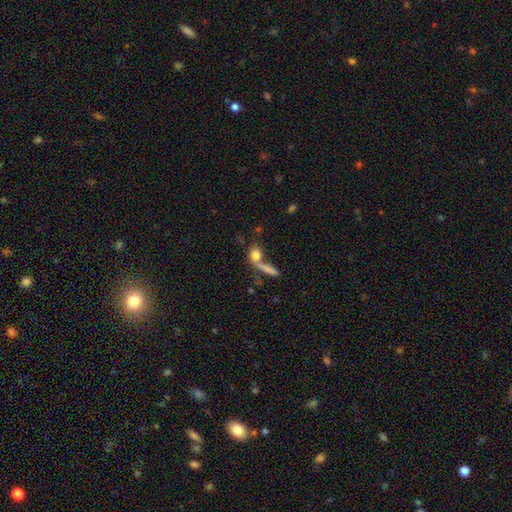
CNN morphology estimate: Smooth or featured?
  - smooth: 77% *
  - featured or disk: 13%
  - star or artifact: 10%
How rounded?
  - in between: 46% *
  - round: 36%
  - cigar-shaped: 18%
Merging?
  - none: 43% *
  - merger: 41%
  - minor disturbance: 10%
  - major disturbance: 7%